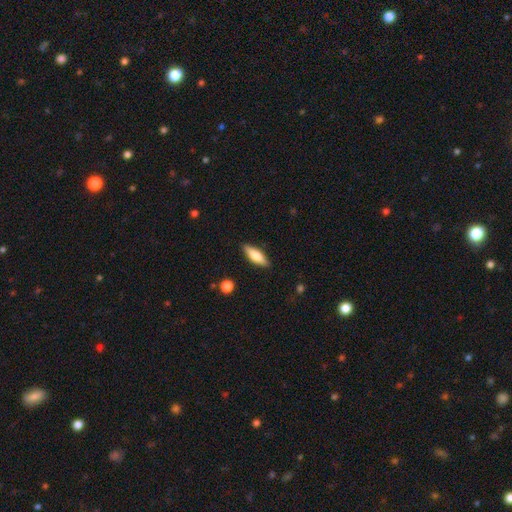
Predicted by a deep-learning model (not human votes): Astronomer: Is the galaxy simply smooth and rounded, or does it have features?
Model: smooth — 68%.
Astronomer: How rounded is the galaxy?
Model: in between — 54% (runner-up: cigar-shaped, 44%).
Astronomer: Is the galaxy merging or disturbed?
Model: none — 88%.